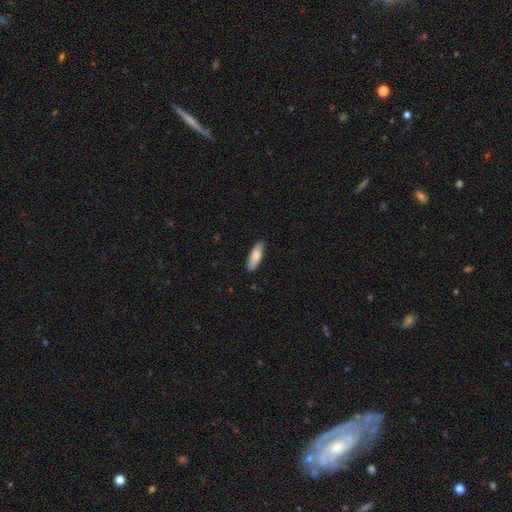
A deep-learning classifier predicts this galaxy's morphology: smooth-or-featured: smooth: 80% | featured or disk: 15% | star or artifact: 5%
  how-rounded: in between: 58% | cigar-shaped: 40% | round: 2%
  merging: none: 84% | minor disturbance: 13% | major disturbance: 2% | merger: 1%